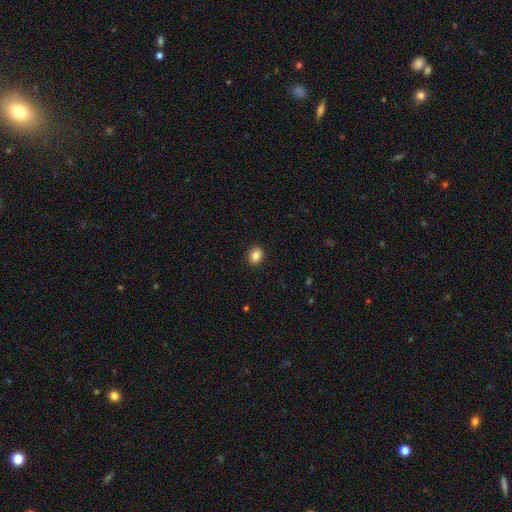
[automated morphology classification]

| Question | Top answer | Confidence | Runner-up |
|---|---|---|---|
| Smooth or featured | smooth | 86% | star or artifact (10%) |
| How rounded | round | 60% | in between (39%) |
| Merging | none | 91% | minor disturbance (6%) |